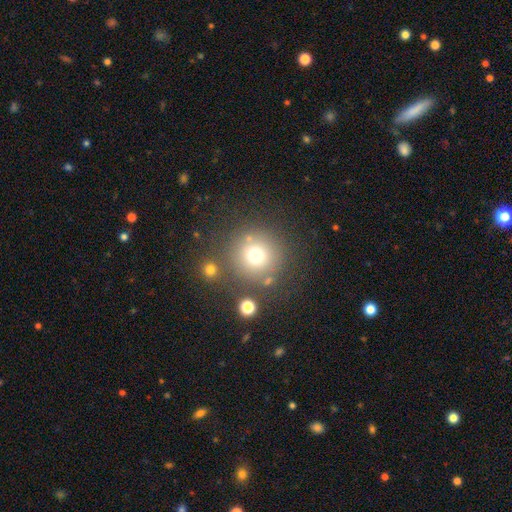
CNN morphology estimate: smooth_or_featured: smooth (p=0.70) [alt: star or artifact p=0.18]
how_rounded: round (p=0.95) [alt: in between p=0.04]
merging: none (p=0.78) [alt: minor disturbance p=0.09]